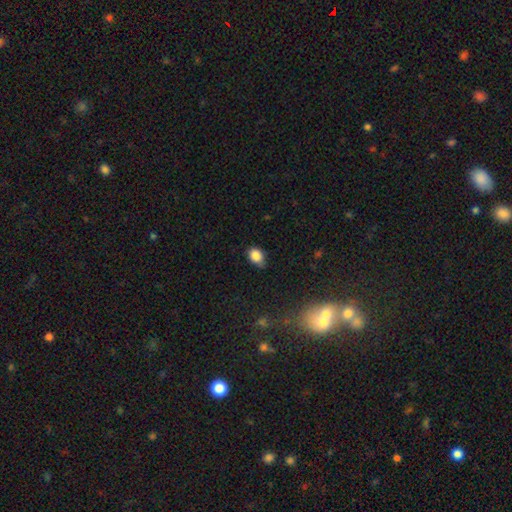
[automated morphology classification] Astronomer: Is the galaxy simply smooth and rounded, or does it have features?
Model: smooth — 85%.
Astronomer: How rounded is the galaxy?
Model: in between — 69%.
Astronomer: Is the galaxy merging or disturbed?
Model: none — 56% (runner-up: minor disturbance, 36%).